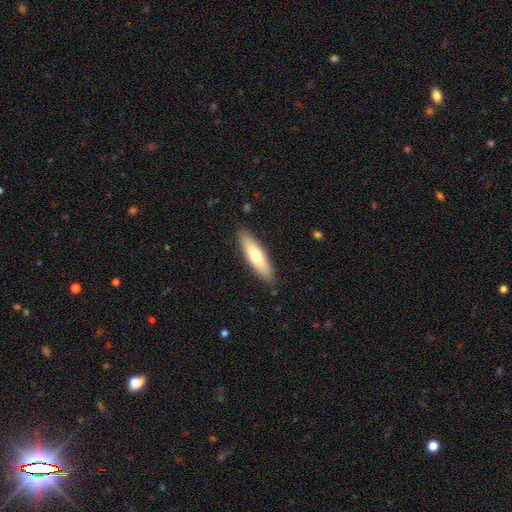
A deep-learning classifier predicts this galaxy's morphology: smooth 70%, featured or disk 25%, star or artifact 5%. Down the decision tree: how rounded — cigar-shaped (65%); merging — none (88%).